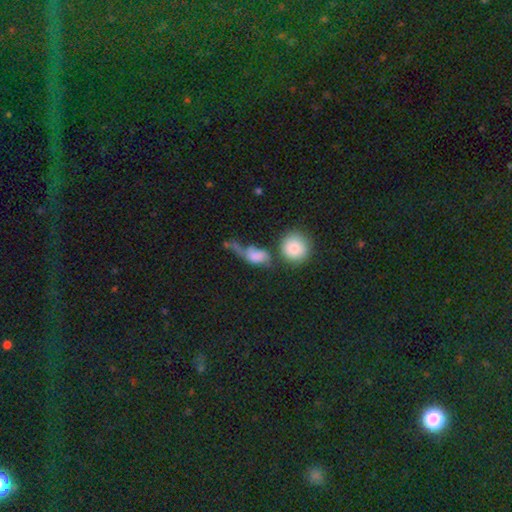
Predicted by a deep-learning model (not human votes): Smooth or featured? Predicted: smooth (p=0.61). How rounded? Predicted: in between (p=0.63). Merging? Predicted: major disturbance (p=0.32).